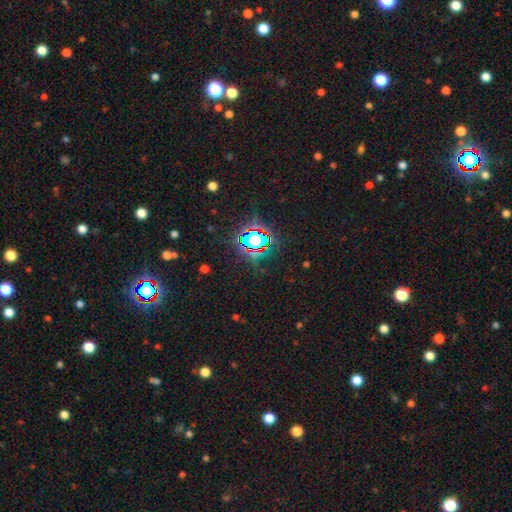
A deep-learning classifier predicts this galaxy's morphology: Smooth or featured?
  - star or artifact: 82% *
  - smooth: 11%
  - featured or disk: 7%